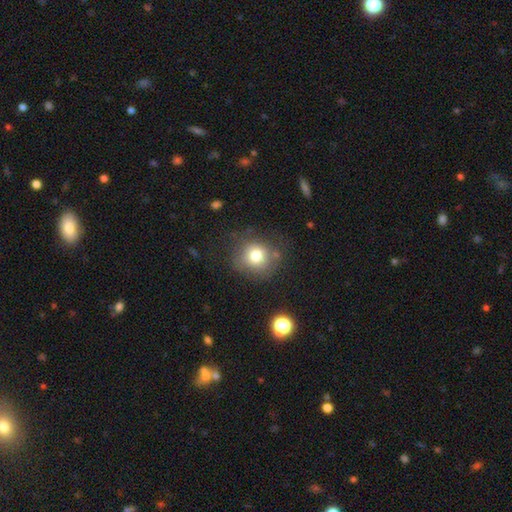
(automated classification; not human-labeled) Smooth or featured? Predicted: smooth (p=0.76). How rounded? Predicted: round (p=0.87). Merging? Predicted: none (p=0.73).